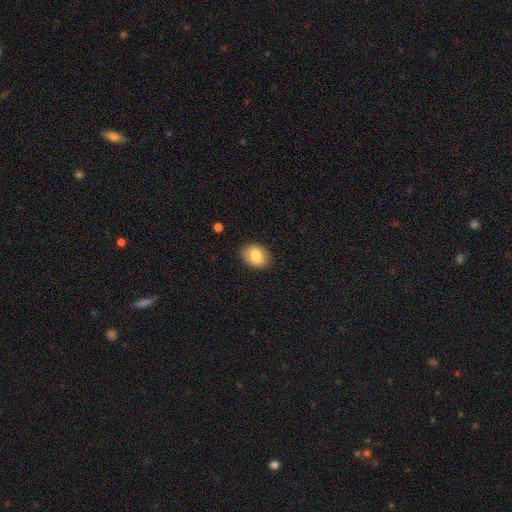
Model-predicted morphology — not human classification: Overall: smooth (81%). How rounded: in between (64%; round 35%). Merging: none (86%).